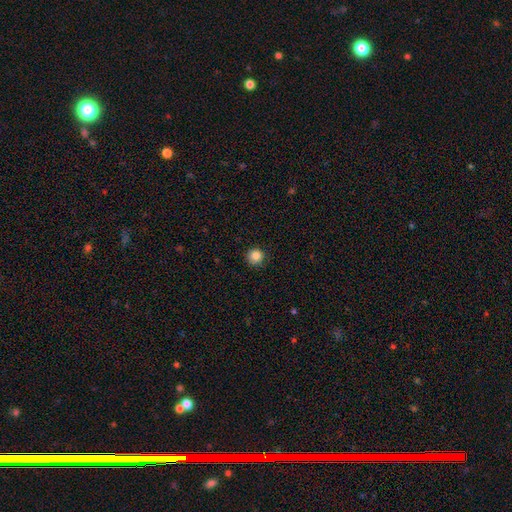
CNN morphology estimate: Smooth or featured?
  - smooth: 85% *
  - star or artifact: 11%
  - featured or disk: 4%
How rounded?
  - round: 95% *
  - in between: 4%
  - cigar-shaped: 1%
Merging?
  - none: 89% *
  - minor disturbance: 8%
  - major disturbance: 2%
  - merger: 1%